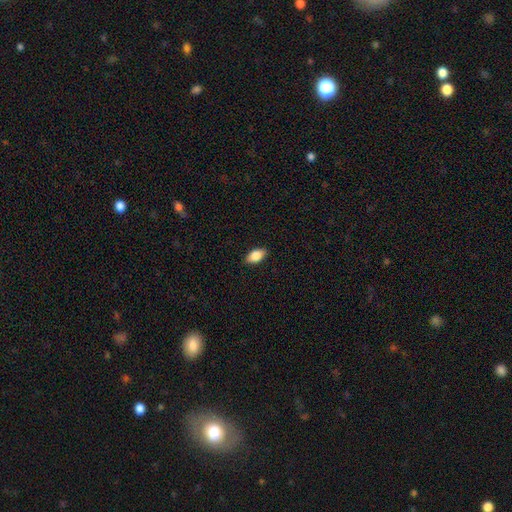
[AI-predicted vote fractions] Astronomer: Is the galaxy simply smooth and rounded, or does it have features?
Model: smooth — 85%.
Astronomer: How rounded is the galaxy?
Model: in between — 91%.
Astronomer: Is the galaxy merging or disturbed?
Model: none — 87%.